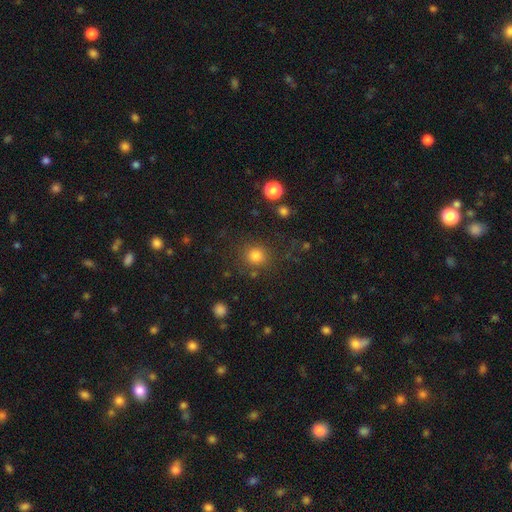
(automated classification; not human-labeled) This is clearly a smooth galaxy (81%). How rounded: clearly round (89%). Merging: clearly none (81%).